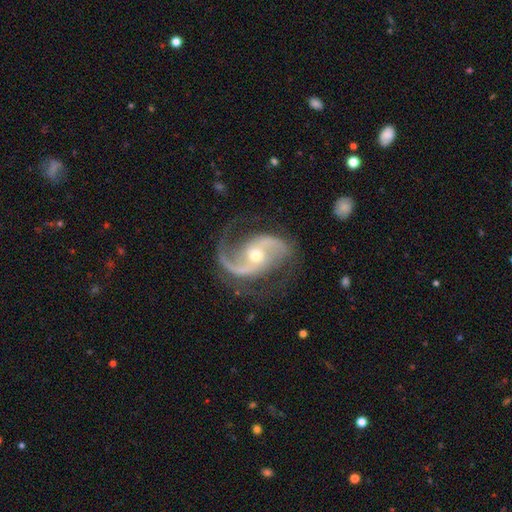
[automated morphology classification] Smooth or featured? featured or disk (93%)
Edge-on disk? no (98%)
Bar? no (48%)
Spiral arms? yes (98%)
Spiral winding? medium (52%)
Spiral arm count? 2 (93%)
Bulge size? moderate (58%)
Merging? none (75%)